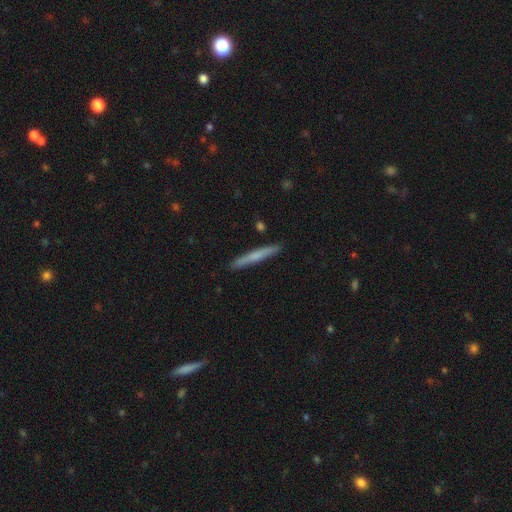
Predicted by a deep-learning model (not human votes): Morphology: type=smooth (60%); roundness=cigar-shaped (96%); merging=none (90%).